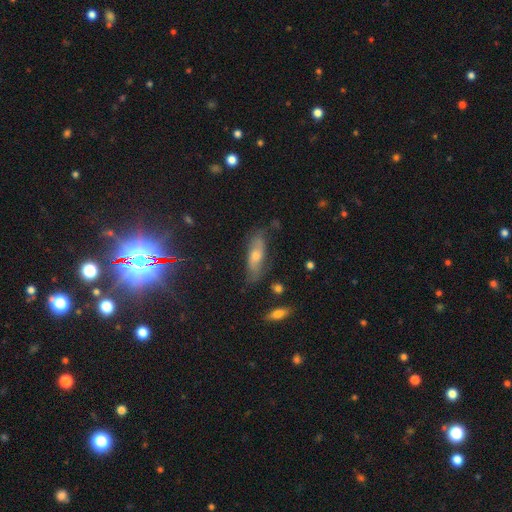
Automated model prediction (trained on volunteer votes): The model was most divided on "smooth or featured": smooth: 43%, featured or disk: 42%, star or artifact: 15%. More confident: merging — none (70%).